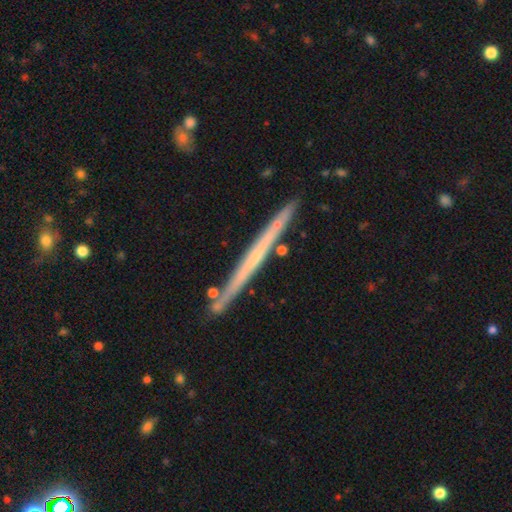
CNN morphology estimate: This appears to be a featured or disk galaxy (62%) viewed edge-on (97%) with no central bulge (84%). Merging: none (86%).